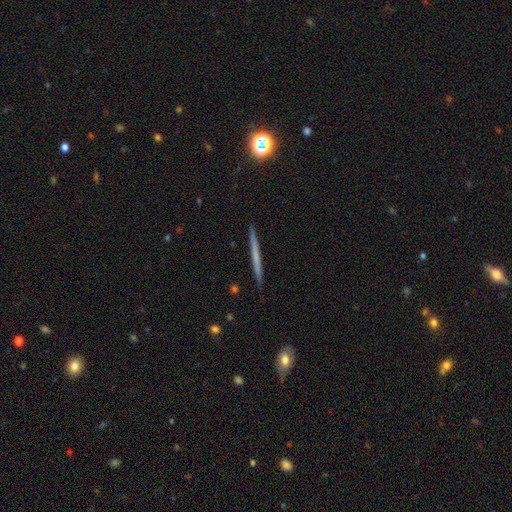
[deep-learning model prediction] Smooth or featured?
  - featured or disk: 49% *
  - smooth: 44%
  - star or artifact: 7%
Merging?
  - none: 92% *
  - minor disturbance: 5%
  - major disturbance: 1%
  - merger: 1%